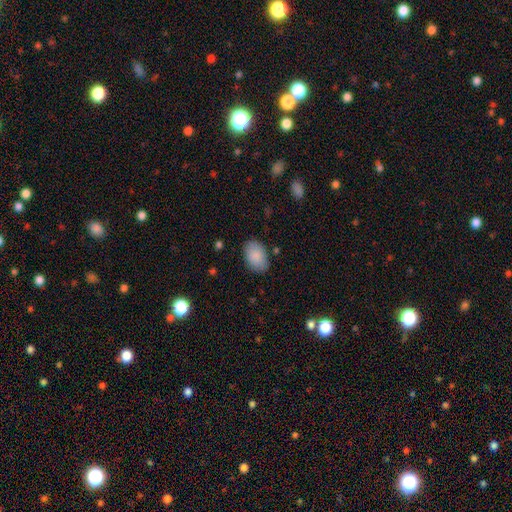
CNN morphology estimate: Overall: smooth (87%). How rounded: in between (88%). Merging: none (83%).